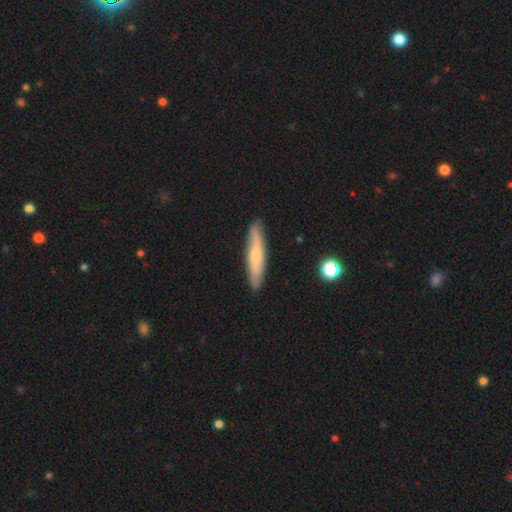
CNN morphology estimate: Smooth or featured: smooth — 56% (featured or disk — 38%)
How rounded: cigar-shaped — 86% (in between — 13%)
Merging: none — 84% (minor disturbance — 12%)